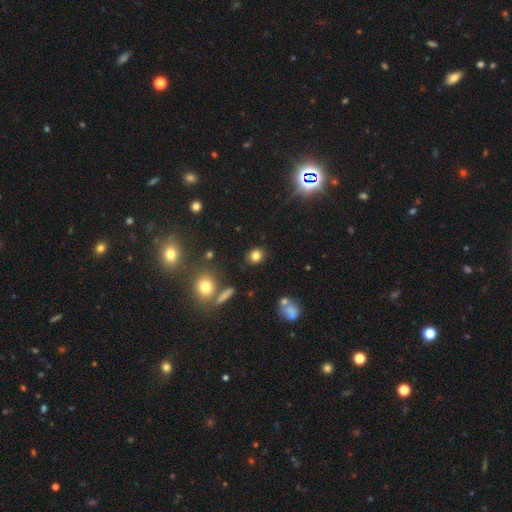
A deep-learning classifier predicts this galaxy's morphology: Overall: smooth (80%). How rounded: round (76%). Merging: none (85%).